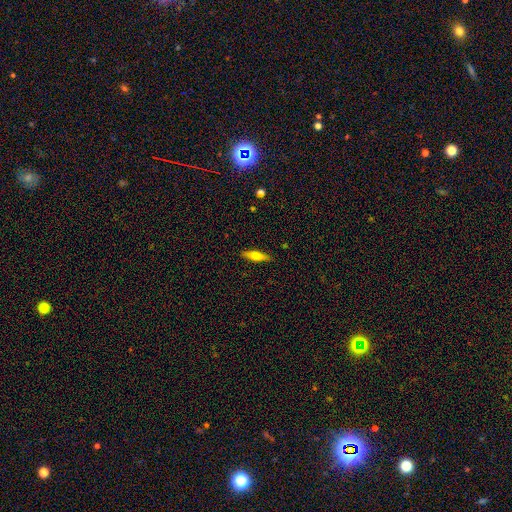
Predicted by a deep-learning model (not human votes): Morphology: type=smooth (52%); roundness=cigar-shaped (71%); merging=none (89%).